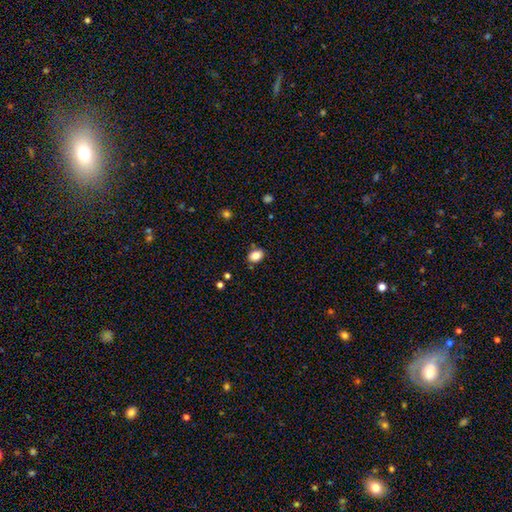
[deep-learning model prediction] The model was most divided on "how rounded": in between: 71%, round: 28%, cigar-shaped: 1%. More confident: smooth or featured — smooth (84%); merging — none (84%).